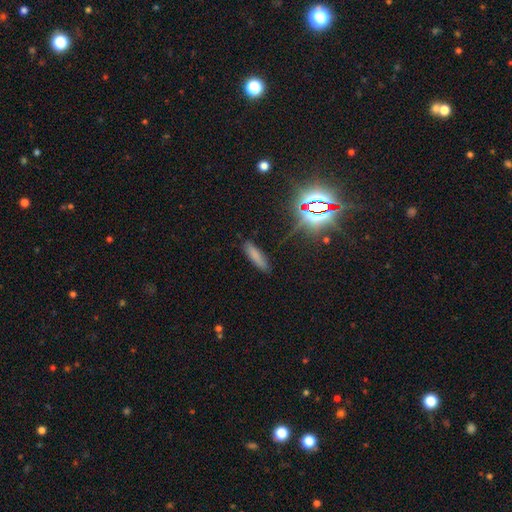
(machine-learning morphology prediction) Q: Smooth or featured?
A: smooth (72%); runner-up: star or artifact (18%)
Q: How rounded?
A: cigar-shaped (69%); runner-up: in between (29%)
Q: Merging?
A: none (85%); runner-up: minor disturbance (11%)